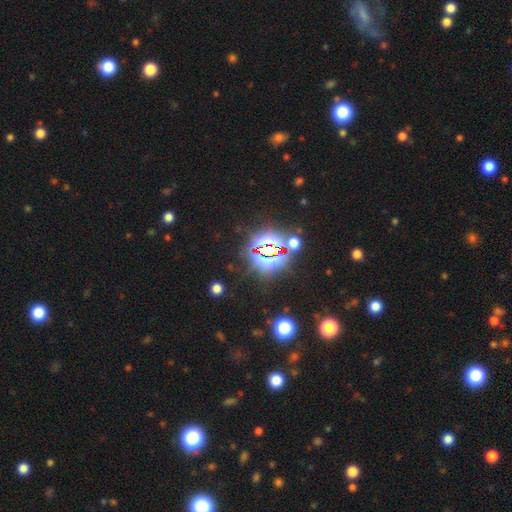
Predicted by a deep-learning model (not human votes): The model was most divided on "smooth or featured": star or artifact: 79%, smooth: 13%, featured or disk: 8%.